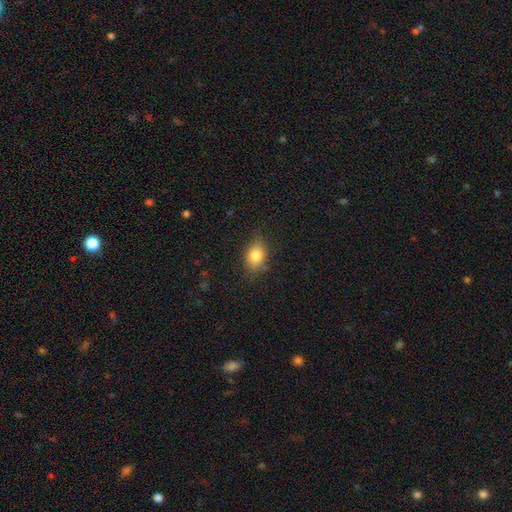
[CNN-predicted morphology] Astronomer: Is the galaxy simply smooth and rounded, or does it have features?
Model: smooth — 82%.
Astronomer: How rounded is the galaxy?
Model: in between — 73%.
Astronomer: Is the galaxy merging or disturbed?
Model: none — 77%.